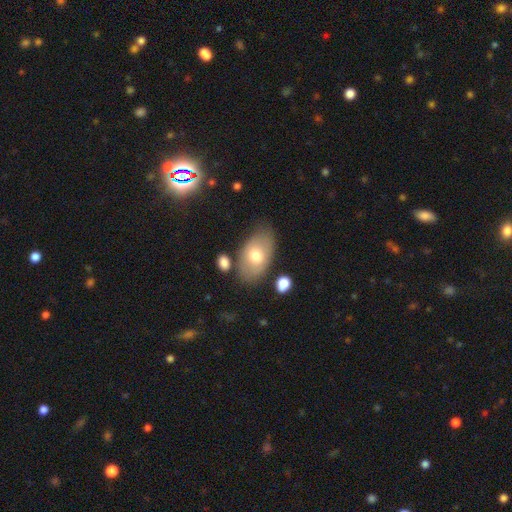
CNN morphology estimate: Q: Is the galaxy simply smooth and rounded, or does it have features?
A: smooth — 67%.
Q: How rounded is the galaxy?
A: in between — 91%.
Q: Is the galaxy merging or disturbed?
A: none — 70%.